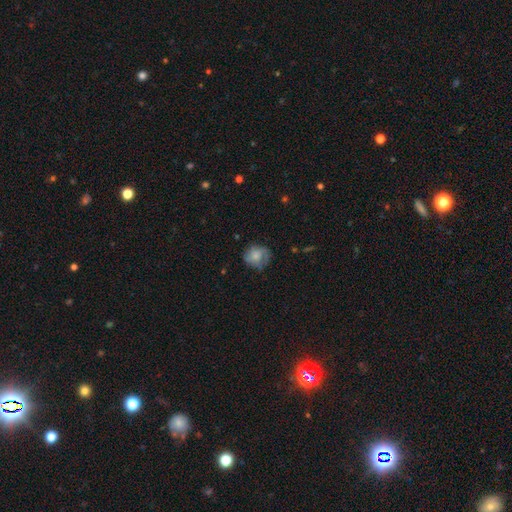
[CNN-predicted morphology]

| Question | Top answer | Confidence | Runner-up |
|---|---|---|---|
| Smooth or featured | smooth | 62% | featured or disk (30%) |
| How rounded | round | 75% | in between (24%) |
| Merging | none | 62% | minor disturbance (26%) |